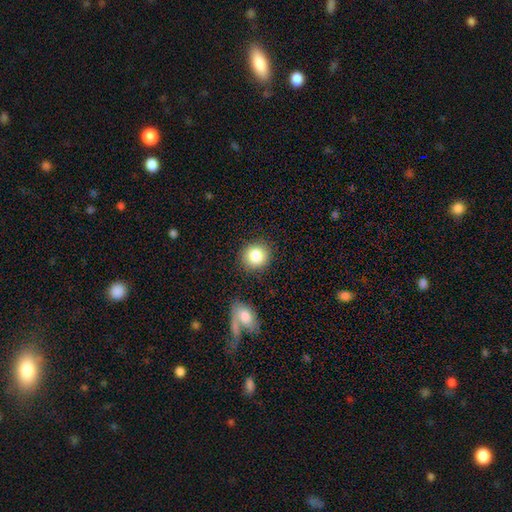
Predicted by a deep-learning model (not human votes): Overall: smooth (83%). How rounded: round (84%). Merging: none (86%).